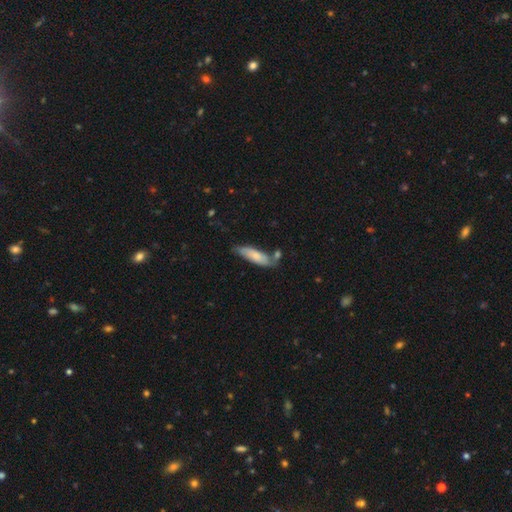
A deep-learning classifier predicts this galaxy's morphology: type=smooth (71%); roundness=cigar-shaped (51%); merging=none (52%).